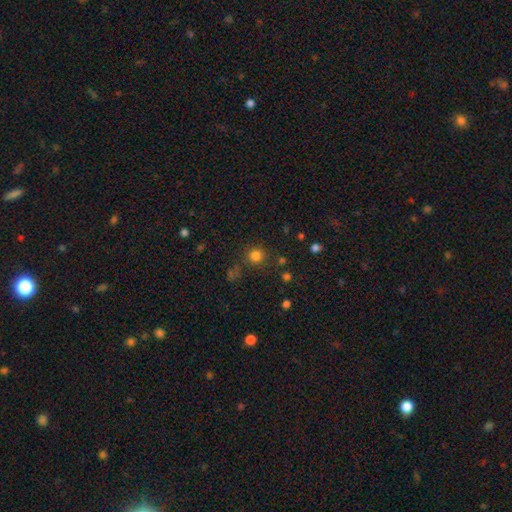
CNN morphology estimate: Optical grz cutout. It shows a smooth galaxy with no disk features (78%) that is round (90%). Merging: none (80%).